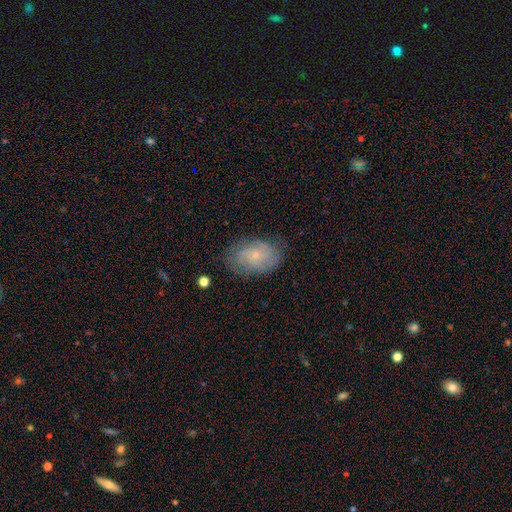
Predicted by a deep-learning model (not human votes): This is possibly a smooth galaxy (52%). How rounded: clearly in between (86%). Merging: likely none (73%).